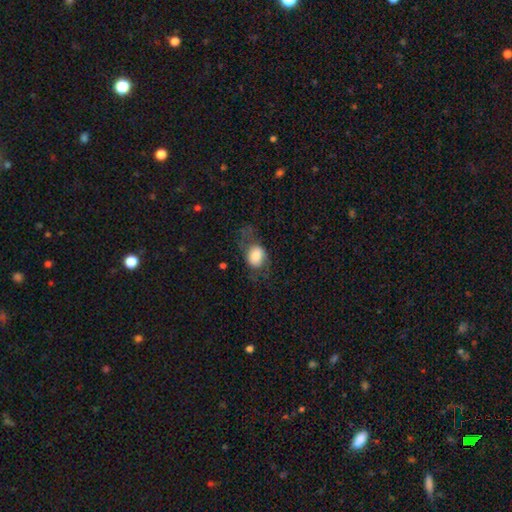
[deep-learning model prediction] A smooth galaxy with no disk features (70%) that is in between round and cigar-shaped (56%).

Vote fractions:
- Smooth or featured? smooth: 70% / featured or disk: 22% / star or artifact: 8%
- How rounded? in between: 56% / round: 43% / cigar-shaped: 1%
- Merging? none: 48% / major disturbance: 27% / minor disturbance: 23% / merger: 2%